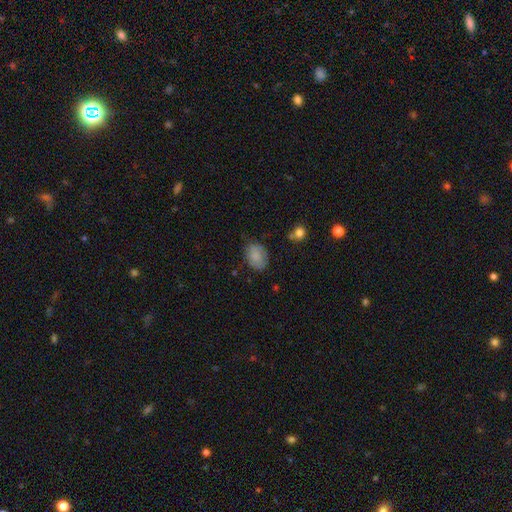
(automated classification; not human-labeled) Smooth or featured? smooth (81%)
How rounded? in between (70%)
Merging? none (72%)